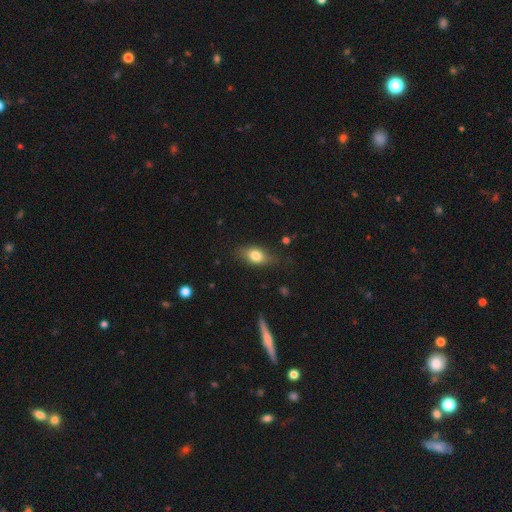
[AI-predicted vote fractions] Smooth or featured: smooth — 77% (featured or disk — 15%)
How rounded: in between — 81% (round — 12%)
Merging: none — 74% (minor disturbance — 20%)